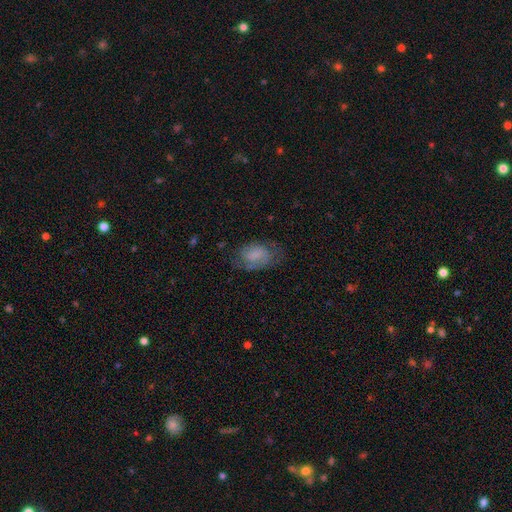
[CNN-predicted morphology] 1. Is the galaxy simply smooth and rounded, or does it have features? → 52% smooth, 39% featured or disk, 9% star or artifact.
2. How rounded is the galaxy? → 86% in between, 12% round, 2% cigar-shaped.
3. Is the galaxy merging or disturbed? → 59% none, 25% minor disturbance, 15% major disturbance, 2% merger.